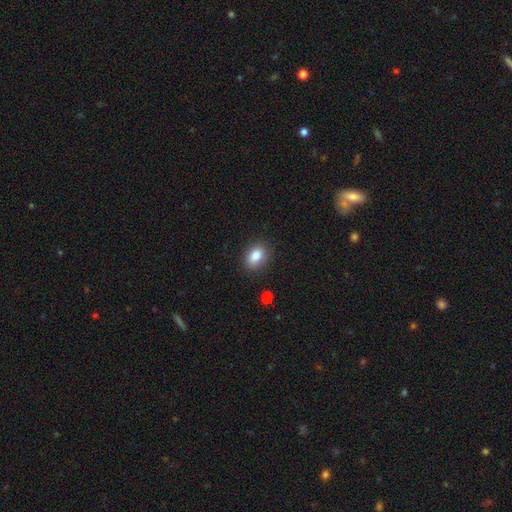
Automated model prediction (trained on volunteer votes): smooth_or_featured: smooth (p=0.85) [alt: star or artifact p=0.09]
how_rounded: in between (p=0.75) [alt: round p=0.24]
merging: none (p=0.86) [alt: minor disturbance p=0.10]